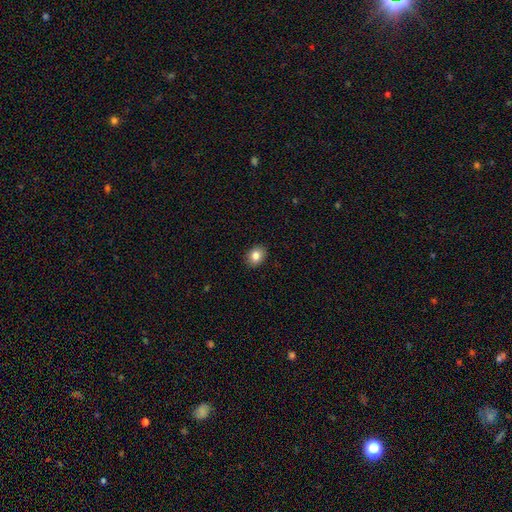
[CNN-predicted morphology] Smooth or featured? Predicted: smooth (p=0.83). How rounded? Predicted: in between (p=0.56). Merging? Predicted: none (p=0.89).